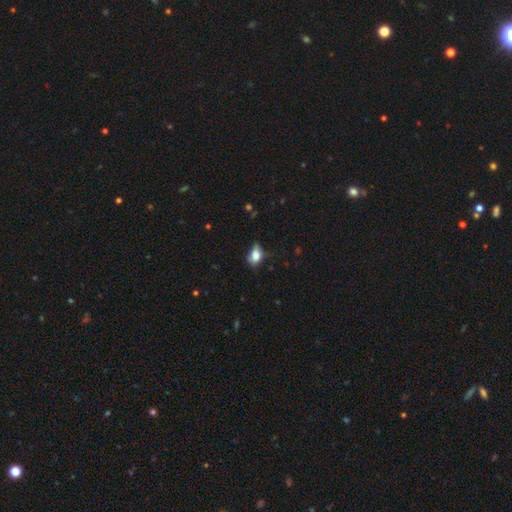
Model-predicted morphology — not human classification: type=smooth (74%); roundness=in between (75%); merging=none (41%).